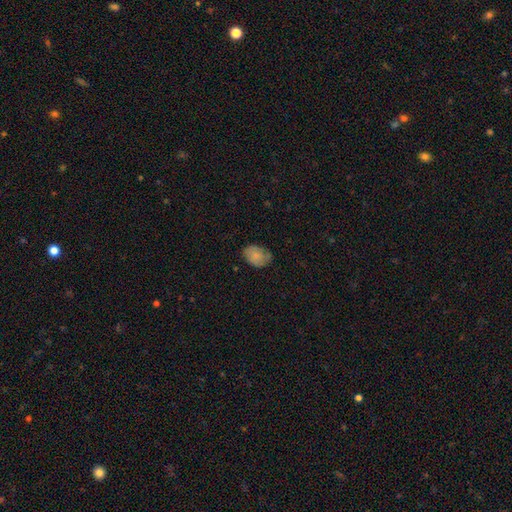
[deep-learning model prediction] A smooth galaxy with no disk features (77%) that is in between round and cigar-shaped (77%). Merging: none (69%).